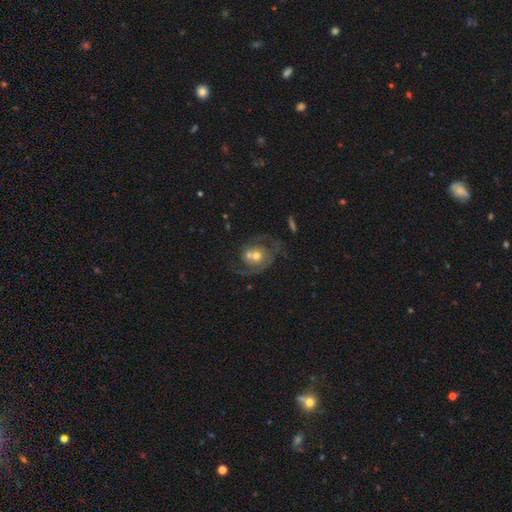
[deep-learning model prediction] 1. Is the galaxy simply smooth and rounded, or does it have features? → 71% featured or disk, 22% smooth, 8% star or artifact.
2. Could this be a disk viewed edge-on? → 97% no, 3% yes.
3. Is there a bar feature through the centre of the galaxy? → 78% no, 18% weak, 4% strong.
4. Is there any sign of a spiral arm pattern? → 82% yes, 18% no.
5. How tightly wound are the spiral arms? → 42% medium, 36% loose, 22% tight.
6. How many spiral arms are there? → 67% 2, 20% 1, 9% can't tell, 2% 3, 1% 4, 1% more than 4.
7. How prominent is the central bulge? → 66% moderate, 21% small, 9% large, 2% none, 2% dominant.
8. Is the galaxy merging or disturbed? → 38% merger, 32% none, 17% major disturbance, 13% minor disturbance.